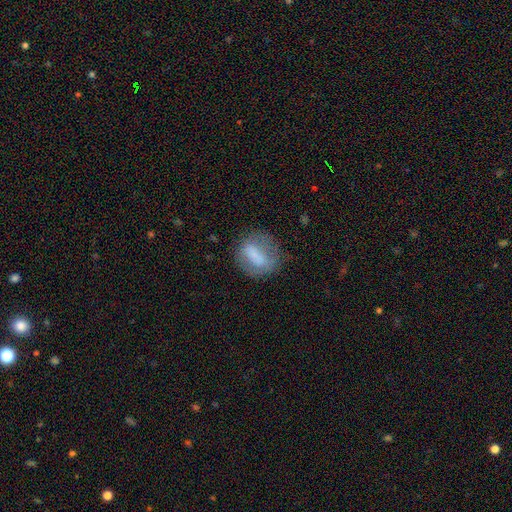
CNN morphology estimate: Smooth or featured? smooth (60%)
How rounded? in between (51%)
Merging? none (58%)